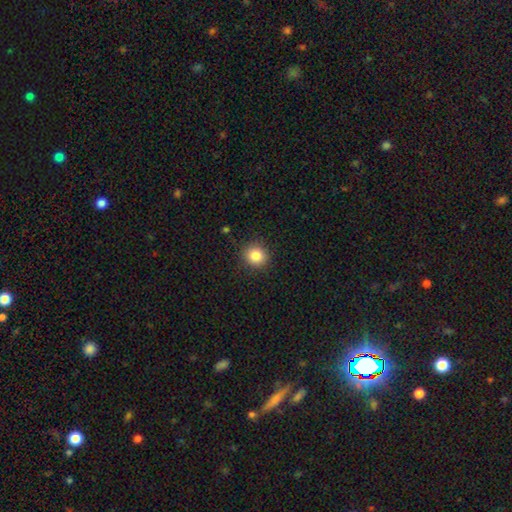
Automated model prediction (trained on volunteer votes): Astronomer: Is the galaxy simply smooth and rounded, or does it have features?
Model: smooth — 84%.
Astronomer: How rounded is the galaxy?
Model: round — 89%.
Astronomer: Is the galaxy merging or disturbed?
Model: none — 90%.